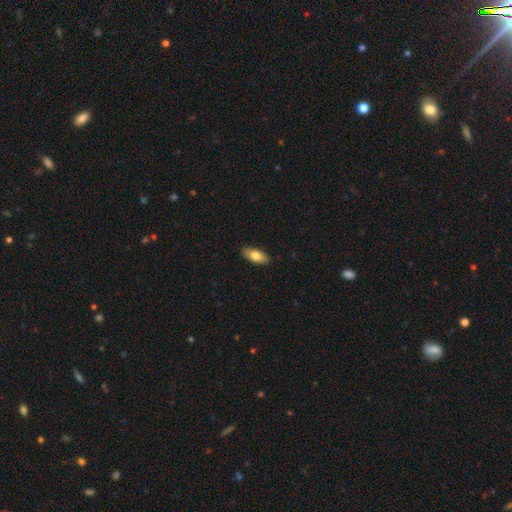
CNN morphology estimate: Smooth or featured? Predicted: smooth (p=0.77). How rounded? Predicted: in between (p=0.87). Merging? Predicted: none (p=0.89).